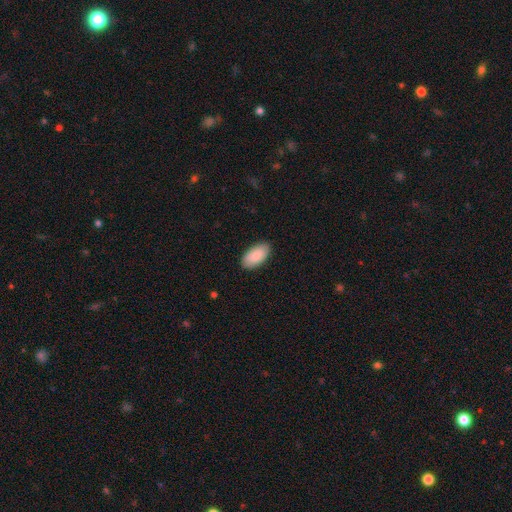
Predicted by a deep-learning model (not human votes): A smooth galaxy with no disk features (90%) that is in between round and cigar-shaped (96%).

Vote fractions:
- Smooth or featured? smooth: 90% / star or artifact: 5% / featured or disk: 4%
- How rounded? in between: 96% / cigar-shaped: 3% / round: 2%
- Merging? none: 88% / minor disturbance: 9% / major disturbance: 2% / merger: 1%